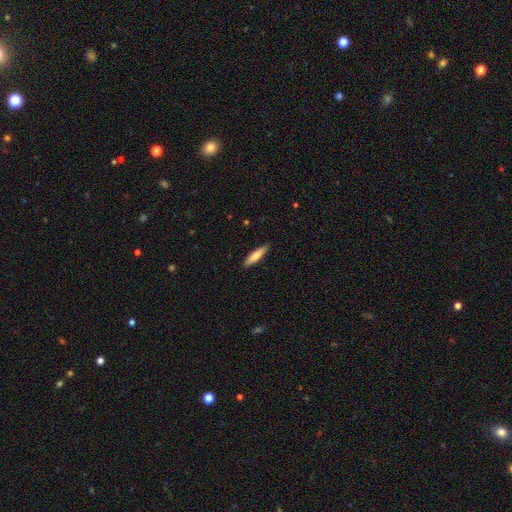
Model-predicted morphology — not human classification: Smooth or featured? Predicted: smooth (p=0.72). How rounded? Predicted: cigar-shaped (p=0.78). Merging? Predicted: none (p=0.90).